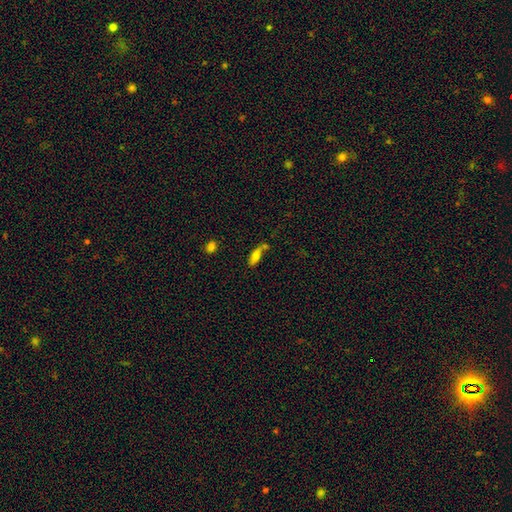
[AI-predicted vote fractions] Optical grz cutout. It shows a smooth galaxy with no disk features (71%) that is in between round and cigar-shaped (63%). Merging: none (45%).